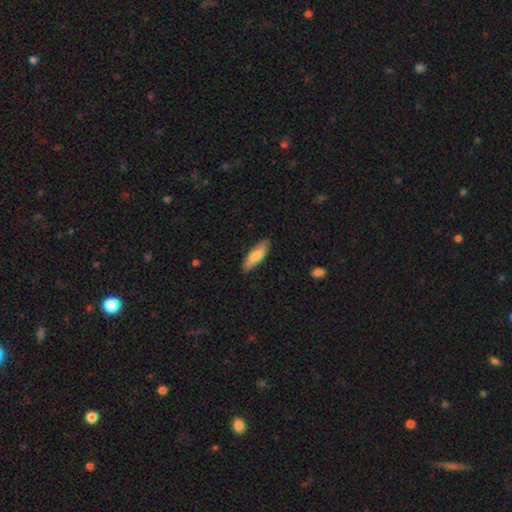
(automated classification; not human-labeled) Morphology: type=smooth (75%); roundness=in between (60%); merging=none (83%).